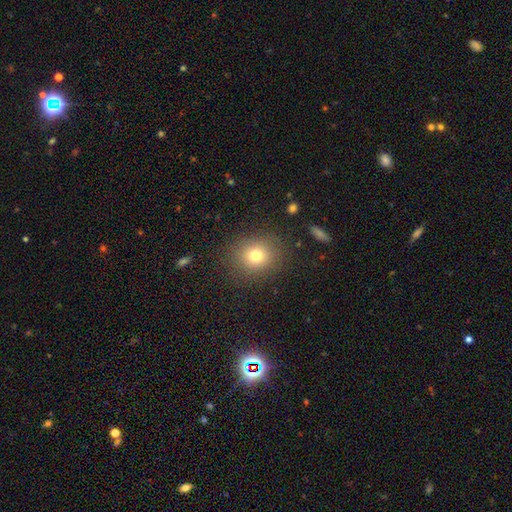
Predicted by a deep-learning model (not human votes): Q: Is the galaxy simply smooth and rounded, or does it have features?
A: smooth — 76%.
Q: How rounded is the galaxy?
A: round — 75%.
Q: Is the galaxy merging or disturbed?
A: none — 85%.